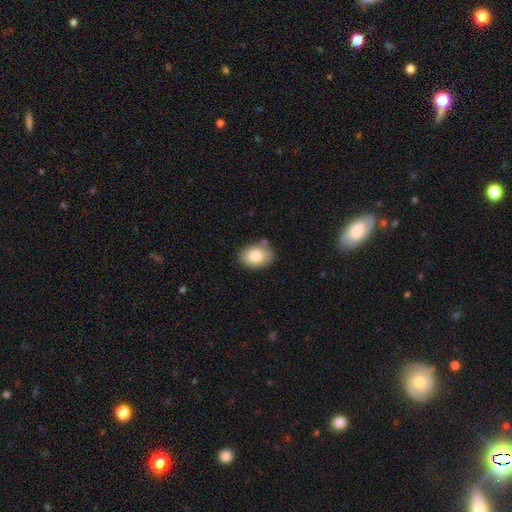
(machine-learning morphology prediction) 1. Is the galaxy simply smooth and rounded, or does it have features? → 81% smooth, 11% featured or disk, 8% star or artifact.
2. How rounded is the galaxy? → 72% in between, 27% round, 1% cigar-shaped.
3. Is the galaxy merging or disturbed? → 78% none, 14% minor disturbance, 5% merger, 3% major disturbance.